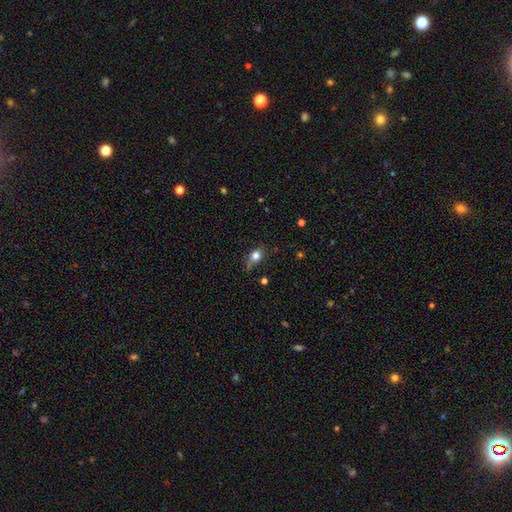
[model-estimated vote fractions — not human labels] Smooth or featured?
  - smooth: 76% *
  - featured or disk: 13%
  - star or artifact: 12%
How rounded?
  - in between: 52% *
  - round: 43%
  - cigar-shaped: 5%
Merging?
  - none: 48% *
  - minor disturbance: 32%
  - major disturbance: 14%
  - merger: 5%